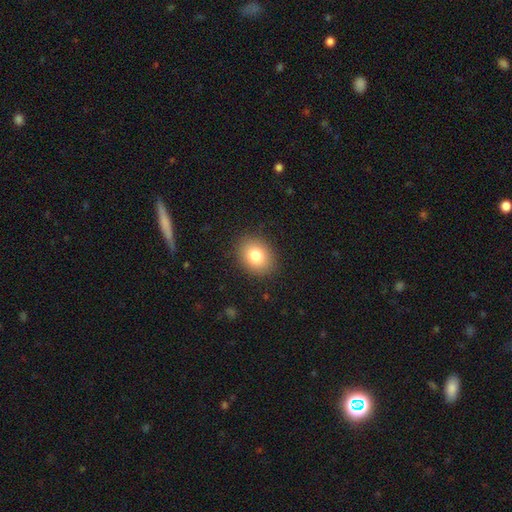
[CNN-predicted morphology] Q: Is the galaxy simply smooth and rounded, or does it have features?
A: smooth — 80%.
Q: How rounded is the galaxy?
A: in between — 55%.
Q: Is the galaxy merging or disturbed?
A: none — 88%.